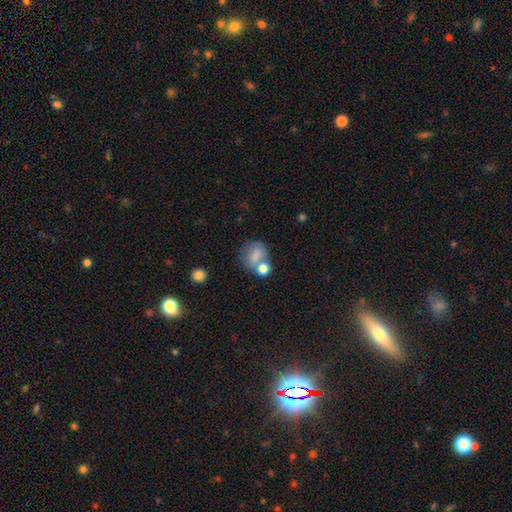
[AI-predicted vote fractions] Morphology: type=smooth (74%); roundness=round (57%); merging=none (40%).